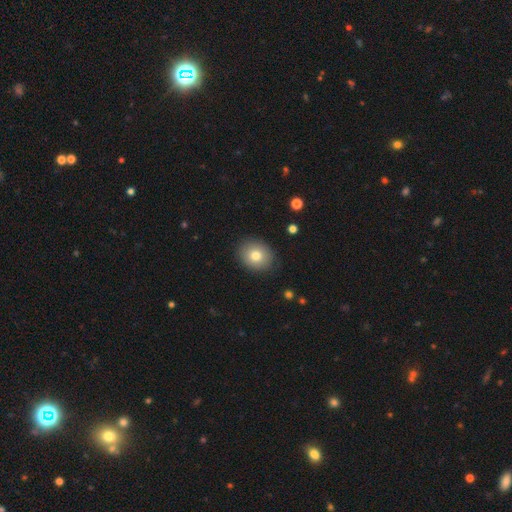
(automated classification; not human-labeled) A smooth galaxy with no disk features (78%) that is round (67%).

Vote fractions:
- Smooth or featured? smooth: 78% / featured or disk: 12% / star or artifact: 10%
- How rounded? round: 67% / in between: 32% / cigar-shaped: 1%
- Merging? none: 87% / minor disturbance: 9% / major disturbance: 2% / merger: 1%